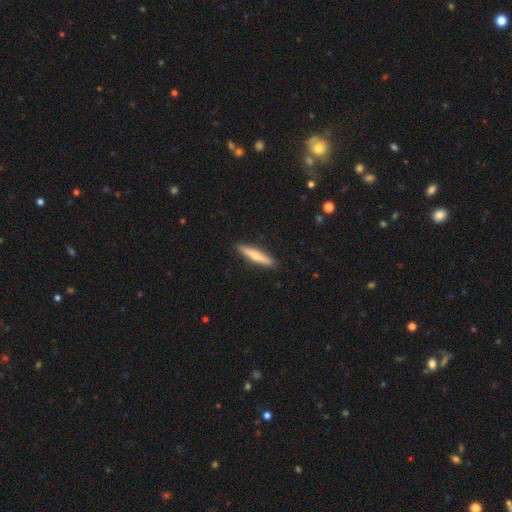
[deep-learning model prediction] smooth_or_featured: smooth (p=0.64) [alt: featured or disk p=0.31]
how_rounded: cigar-shaped (p=0.90) [alt: in between p=0.08]
merging: none (p=0.91) [alt: minor disturbance p=0.07]